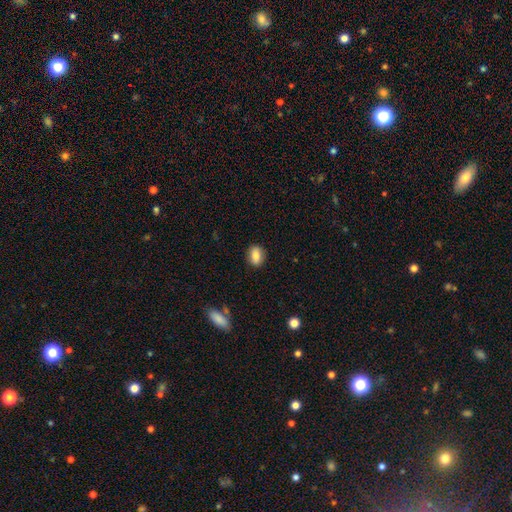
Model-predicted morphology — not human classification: Smooth or featured? smooth (83%)
How rounded? in between (75%)
Merging? none (87%)